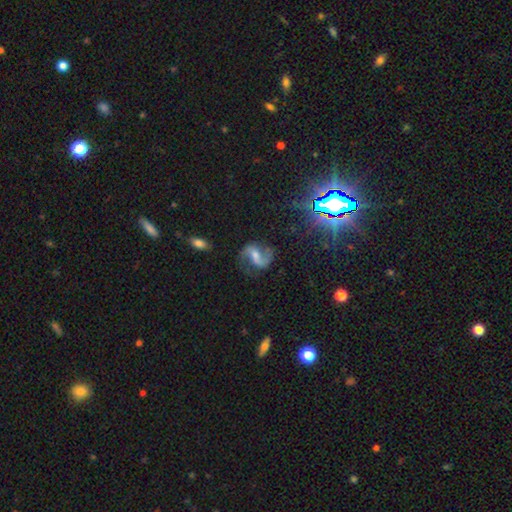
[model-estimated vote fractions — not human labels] This is clearly a featured or disk galaxy (83%). It is clearly not viewed edge-on (98%). Bar: marginally weak (44%). Spiral arm pattern: clearly yes (96%). Spiral arm count: clearly 2 (89%). Spiral winding: possibly loose (49%). Central bulge: possibly moderate (46%). Merging: likely none (69%).